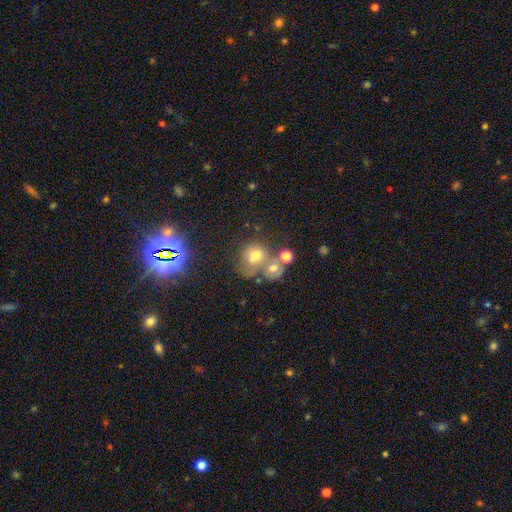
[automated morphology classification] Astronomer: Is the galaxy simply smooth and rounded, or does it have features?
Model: smooth — 65%.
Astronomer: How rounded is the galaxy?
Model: round — 72%.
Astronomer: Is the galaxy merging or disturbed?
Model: merger — 47% (runner-up: none, 33%).